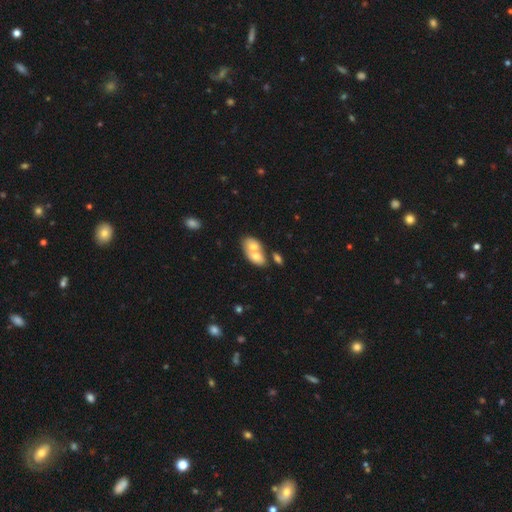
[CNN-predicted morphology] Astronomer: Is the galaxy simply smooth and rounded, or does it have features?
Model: smooth — 66%.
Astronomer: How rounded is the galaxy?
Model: in between — 85%.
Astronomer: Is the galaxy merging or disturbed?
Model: merger — 72%.